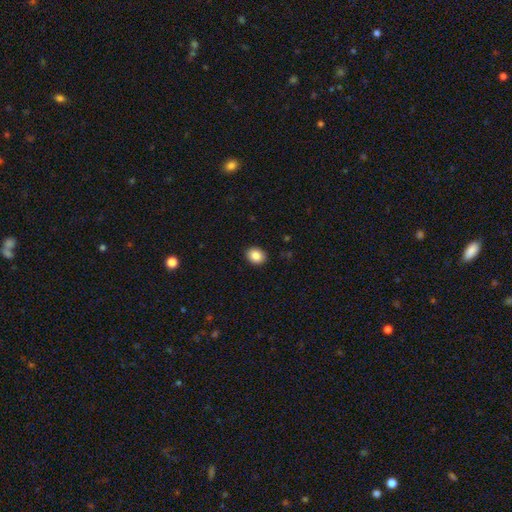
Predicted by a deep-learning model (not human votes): Smooth or featured? Predicted: smooth (p=0.87). How rounded? Predicted: in between (p=0.52). Merging? Predicted: none (p=0.91).